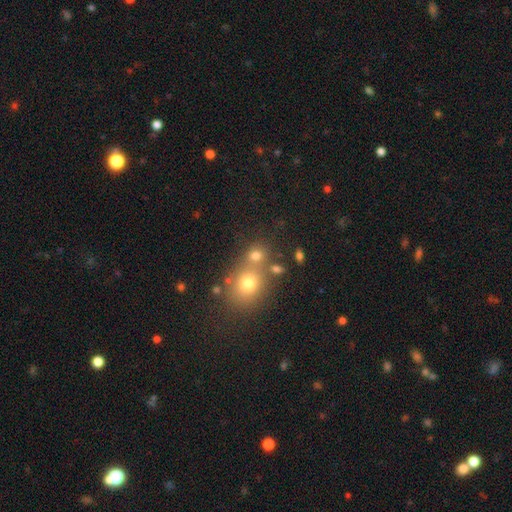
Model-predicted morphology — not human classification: Q: Smooth or featured?
A: smooth (72%); runner-up: star or artifact (16%)
Q: How rounded?
A: round (70%); runner-up: in between (28%)
Q: Merging?
A: none (50%); runner-up: merger (36%)